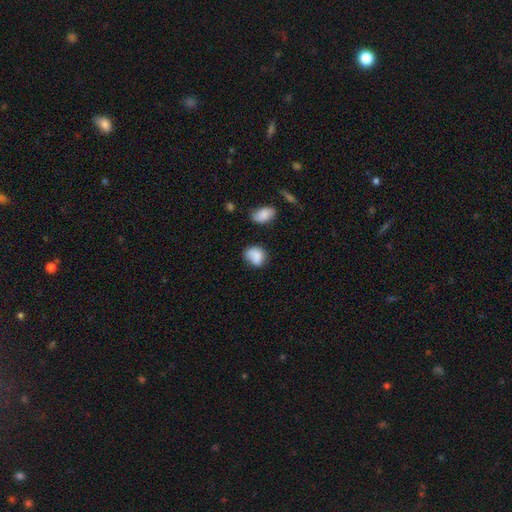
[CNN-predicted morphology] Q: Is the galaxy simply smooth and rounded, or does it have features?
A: smooth — 82%.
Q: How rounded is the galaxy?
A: in between — 50%.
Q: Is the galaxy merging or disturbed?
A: none — 53%.